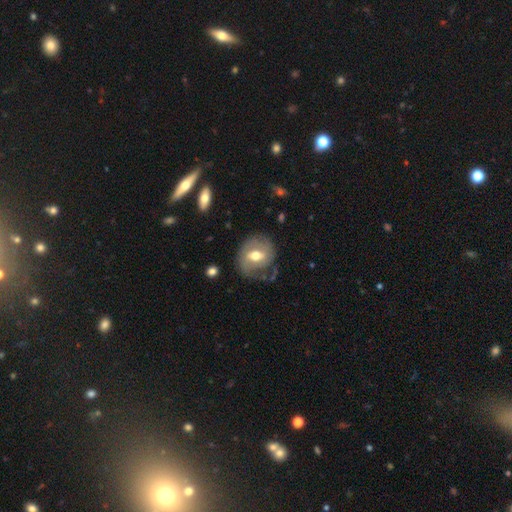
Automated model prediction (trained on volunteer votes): Overall: featured or disk (55%; smooth 38%). Edge-on disk: no (94%). Bar: weak (49%; strong 28%). Spiral arms: yes (54%; no 46%). Bulge size: moderate (76%). Merging: none (69%).